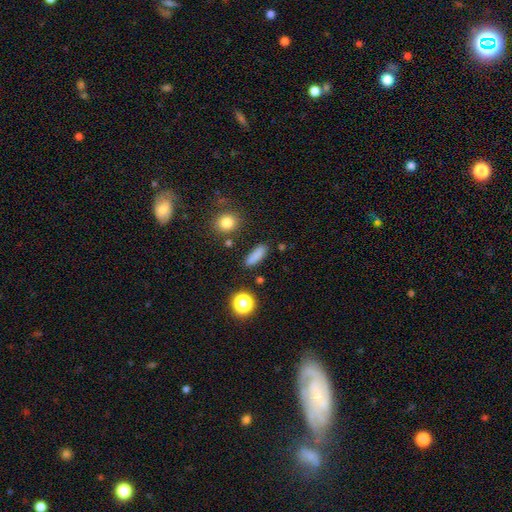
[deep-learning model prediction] Q: Smooth or featured?
A: smooth (81%); runner-up: star or artifact (12%)
Q: How rounded?
A: cigar-shaped (51%); runner-up: in between (43%)
Q: Merging?
A: none (84%); runner-up: minor disturbance (10%)